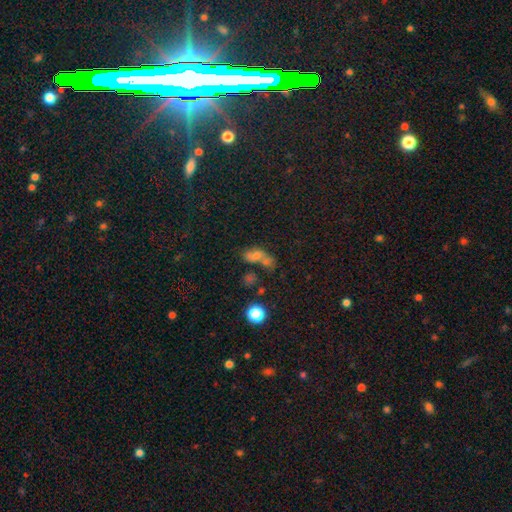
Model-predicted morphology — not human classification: The model was most divided on "merging": merger: 53%, none: 26%, major disturbance: 11%, minor disturbance: 10%. More confident: how rounded — in between (63%); smooth or featured — smooth (57%).